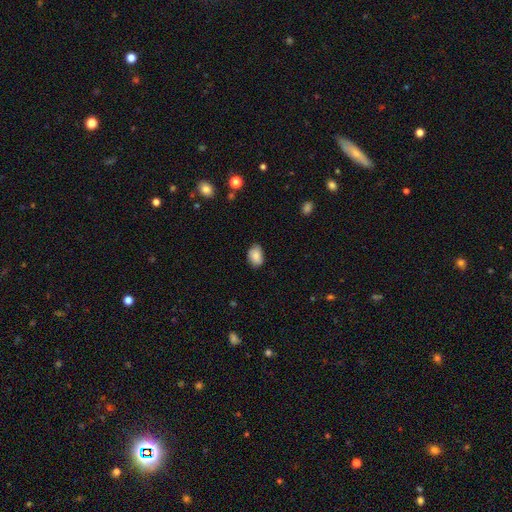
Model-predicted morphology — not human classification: This appears to be a smooth galaxy with no disk features (82%) that is in between round and cigar-shaped (81%). Merging: none (74%).